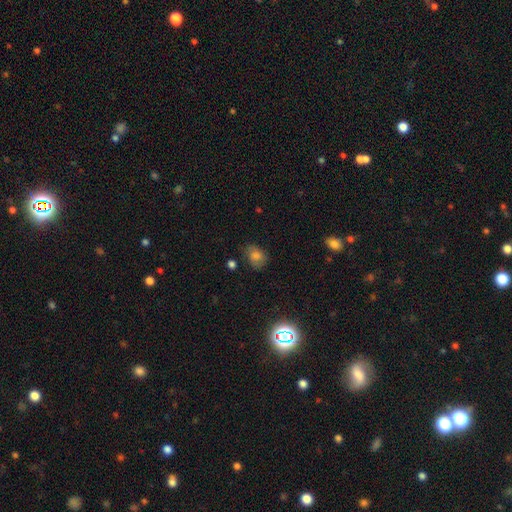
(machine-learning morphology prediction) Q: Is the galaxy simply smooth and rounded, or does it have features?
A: smooth — 70%.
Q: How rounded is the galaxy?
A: in between — 60%.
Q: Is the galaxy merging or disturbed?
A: none — 67%.